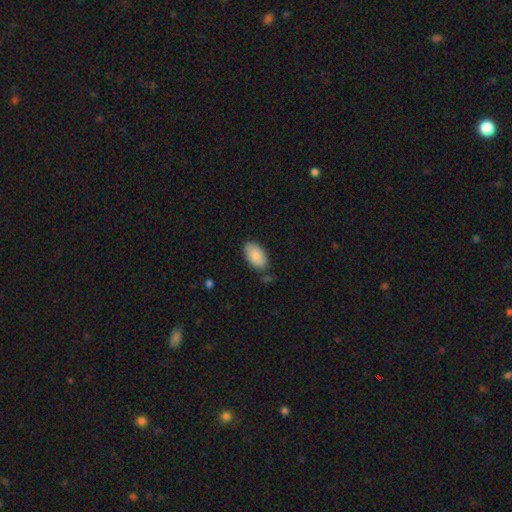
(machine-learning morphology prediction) A smooth galaxy with no disk features (87%) that is in between round and cigar-shaped (95%).

Vote fractions:
- Smooth or featured? smooth: 87% / featured or disk: 7% / star or artifact: 6%
- How rounded? in between: 95% / round: 3% / cigar-shaped: 2%
- Merging? none: 78% / minor disturbance: 15% / merger: 4% / major disturbance: 3%